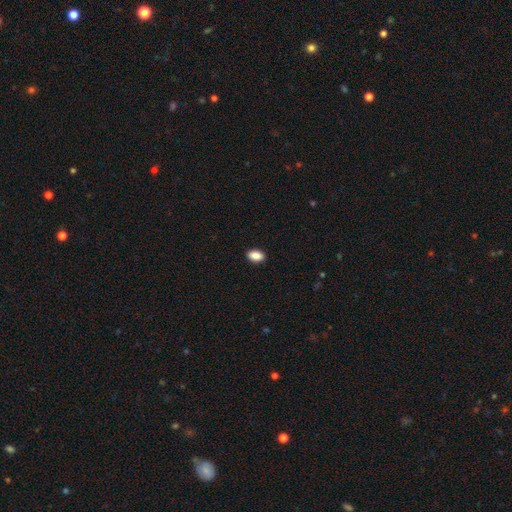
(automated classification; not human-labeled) The model was most divided on "smooth or featured": smooth: 90%, star or artifact: 7%, featured or disk: 3%. More confident: how rounded — in between (91%); merging — none (91%).